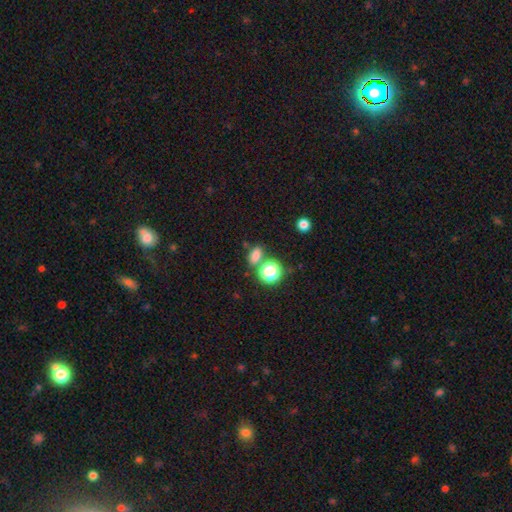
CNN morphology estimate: Smooth or featured: smooth — 74% (star or artifact — 20%)
How rounded: in between — 70% (round — 27%)
Merging: none — 71% (merger — 15%)